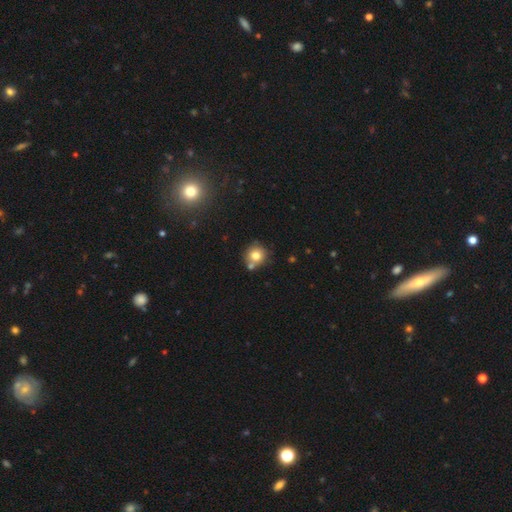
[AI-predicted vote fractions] Overall: smooth (77%). How rounded: round (90%). Merging: none (66%).